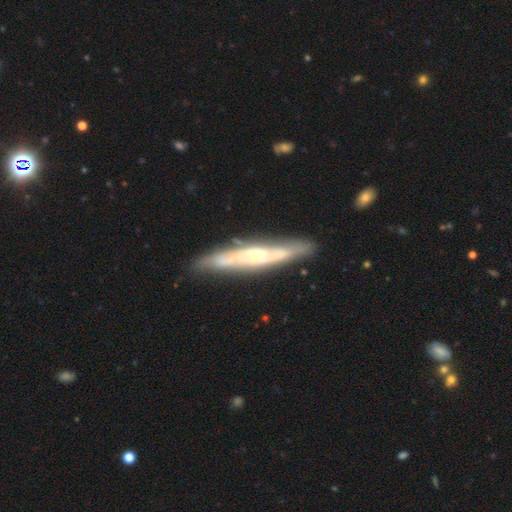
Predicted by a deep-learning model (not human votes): featured or disk 70%, smooth 24%, star or artifact 6%. Down the decision tree: edge-on disk — yes (70%); merging — none (81%).